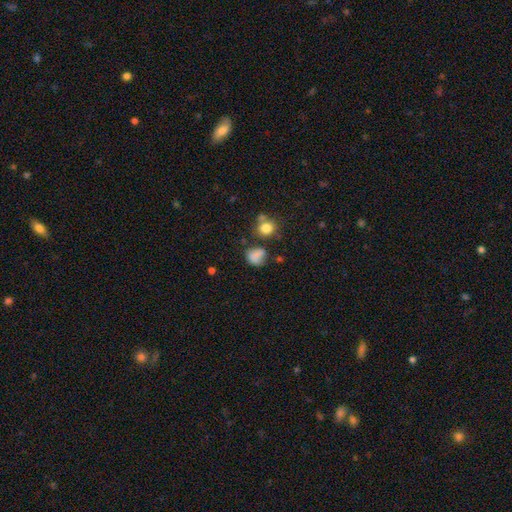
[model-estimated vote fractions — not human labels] Smooth or featured: smooth — 73% (star or artifact — 14%)
How rounded: round — 55% (in between — 43%)
Merging: none — 46% (minor disturbance — 27%)